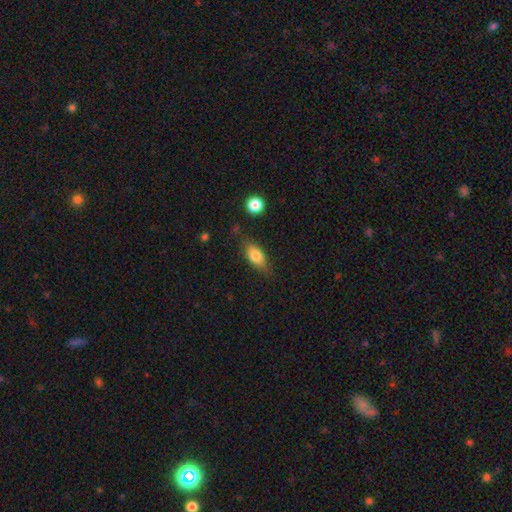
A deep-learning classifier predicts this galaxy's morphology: Smooth or featured?
  - smooth: 76% *
  - featured or disk: 16%
  - star or artifact: 8%
How rounded?
  - in between: 79% *
  - cigar-shaped: 14%
  - round: 6%
Merging?
  - none: 71% *
  - minor disturbance: 21%
  - major disturbance: 5%
  - merger: 3%